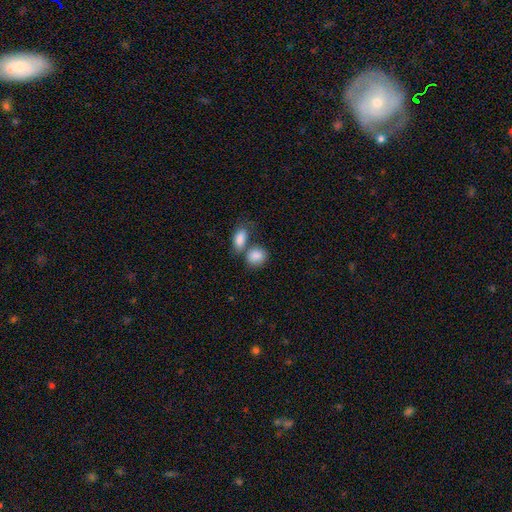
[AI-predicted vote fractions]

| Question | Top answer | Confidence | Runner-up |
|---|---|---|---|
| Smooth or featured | smooth | 87% | star or artifact (7%) |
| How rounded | in between | 62% | round (36%) |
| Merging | merger | 44% | none (40%) |